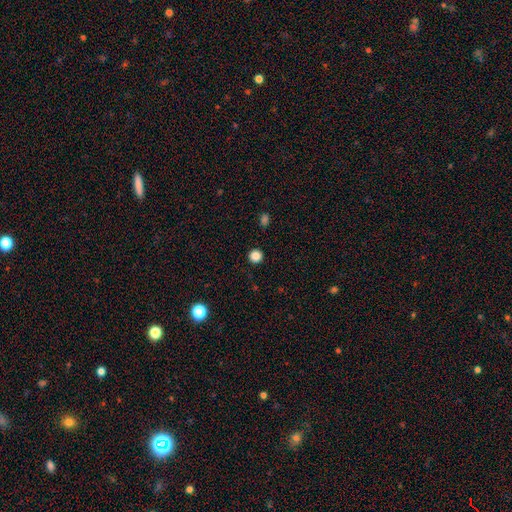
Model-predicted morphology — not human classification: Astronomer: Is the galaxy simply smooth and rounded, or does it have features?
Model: smooth — 85%.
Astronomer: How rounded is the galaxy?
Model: round — 96%.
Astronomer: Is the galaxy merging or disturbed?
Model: none — 93%.